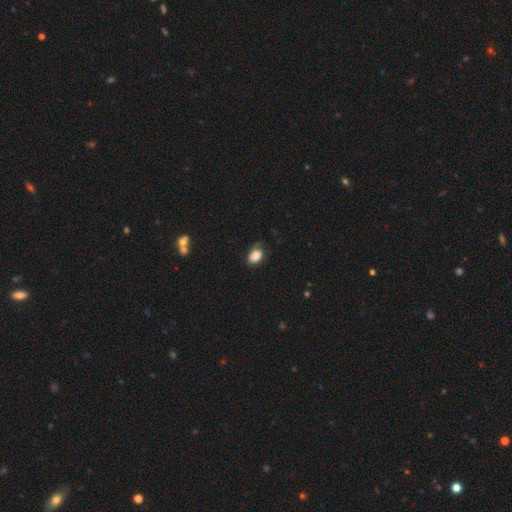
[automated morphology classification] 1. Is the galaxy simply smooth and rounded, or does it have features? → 84% smooth, 9% star or artifact, 7% featured or disk.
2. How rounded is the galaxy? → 77% in between, 22% round, 1% cigar-shaped.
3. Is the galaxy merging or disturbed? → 60% none, 30% minor disturbance, 8% major disturbance, 2% merger.